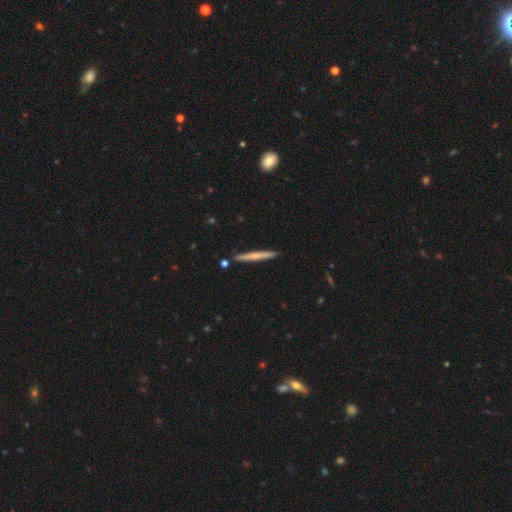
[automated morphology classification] A smooth galaxy with no disk features (59%) that is cigar-shaped (96%). Merging: none (90%).